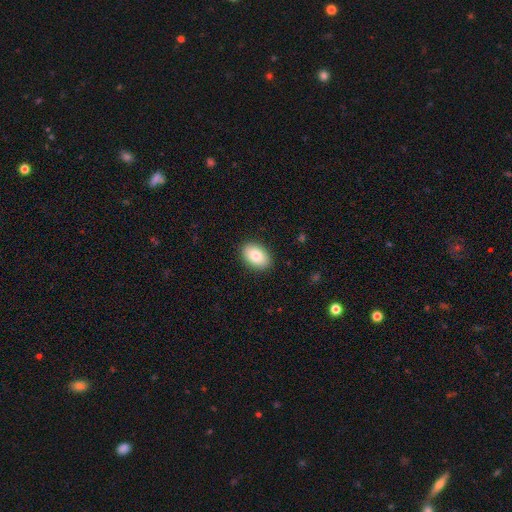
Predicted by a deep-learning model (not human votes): A smooth galaxy with no disk features (84%) that is in between round and cigar-shaped (89%). Merging: none (89%).